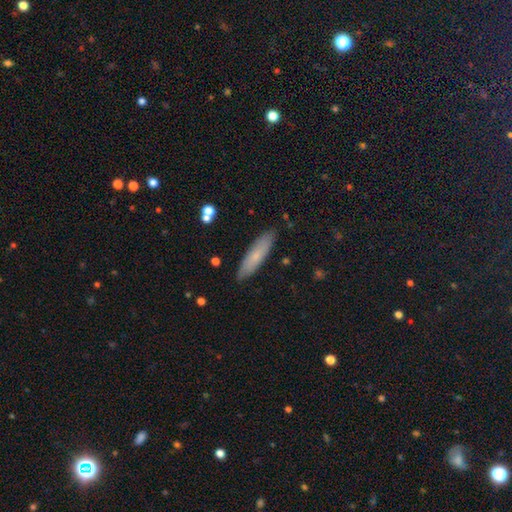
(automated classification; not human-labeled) This appears to be a smooth galaxy with no disk features (70%) that is cigar-shaped (75%). Merging: none (87%).